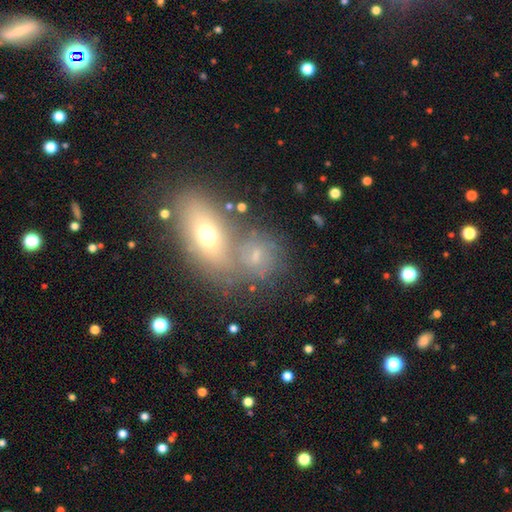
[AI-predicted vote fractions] Smooth or featured? Predicted: smooth (p=0.44). Merging? Predicted: none (p=0.45).